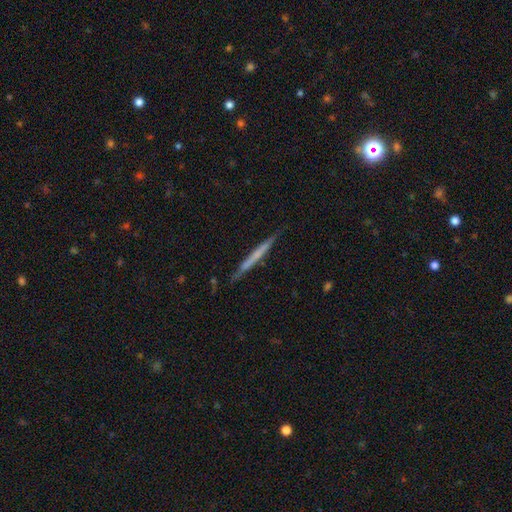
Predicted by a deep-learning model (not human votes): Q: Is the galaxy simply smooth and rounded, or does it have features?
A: featured or disk — 50%.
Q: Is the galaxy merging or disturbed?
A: none — 86%.